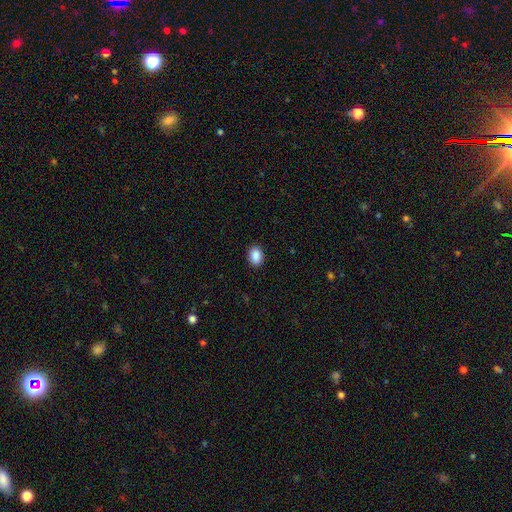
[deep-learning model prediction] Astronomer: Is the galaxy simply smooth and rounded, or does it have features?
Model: smooth — 89%.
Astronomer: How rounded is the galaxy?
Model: in between — 74%.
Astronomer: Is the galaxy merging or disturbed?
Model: none — 90%.